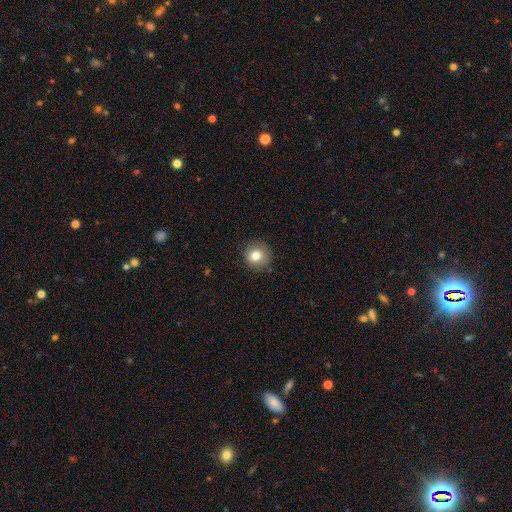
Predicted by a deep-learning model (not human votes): smooth_or_featured: smooth (p=0.81) [alt: star or artifact p=0.11]
how_rounded: round (p=0.91) [alt: in between p=0.08]
merging: none (p=0.87) [alt: minor disturbance p=0.10]